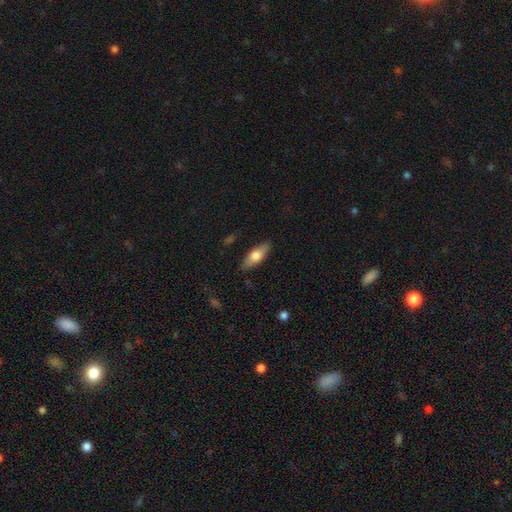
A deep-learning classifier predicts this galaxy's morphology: smooth 61%, featured or disk 32%, star or artifact 6%. Down the decision tree: how rounded — in between (64%); merging — none (86%).